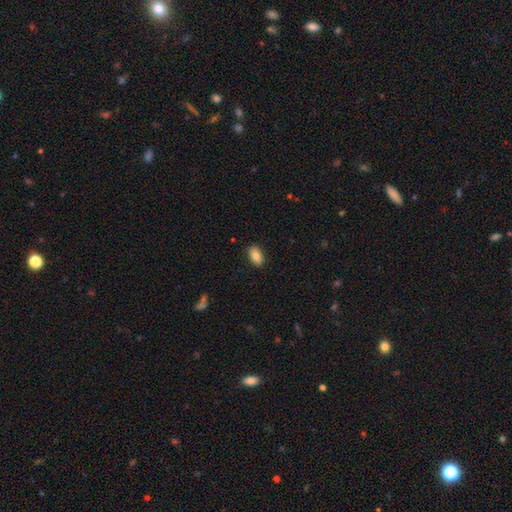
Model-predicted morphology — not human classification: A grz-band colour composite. It shows a smooth galaxy with no disk features (83%) that is in between round and cigar-shaped (92%). Merging: none (88%).